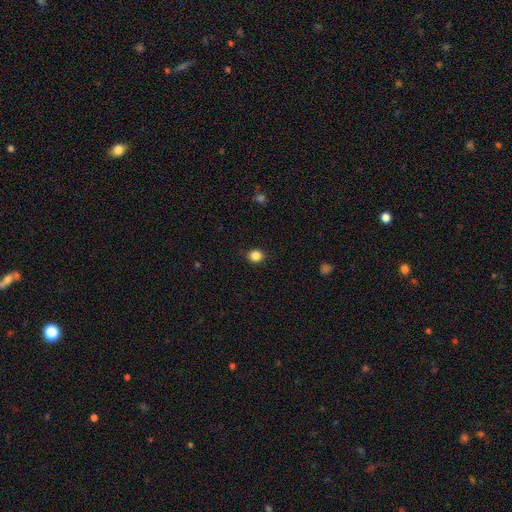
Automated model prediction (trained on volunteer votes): A smooth galaxy with no disk features (85%) that is round (84%). Merging: none (89%).